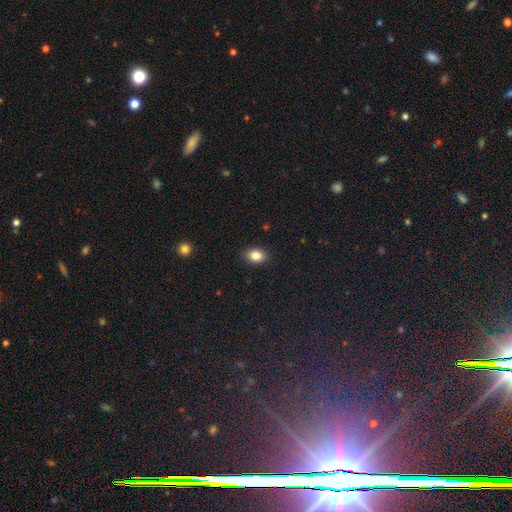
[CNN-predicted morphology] Q: Smooth or featured?
A: smooth (84%); runner-up: star or artifact (9%)
Q: How rounded?
A: in between (74%); runner-up: round (25%)
Q: Merging?
A: none (88%); runner-up: minor disturbance (9%)